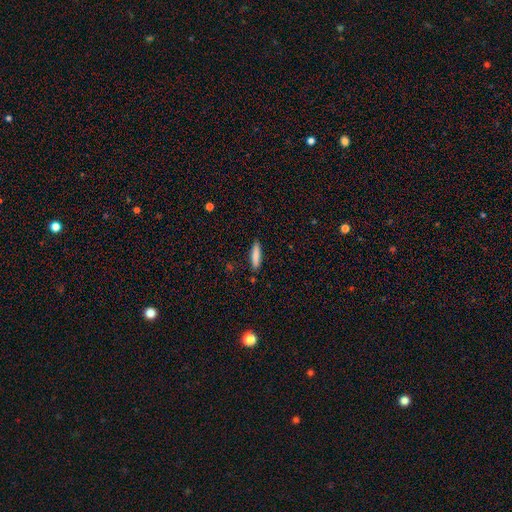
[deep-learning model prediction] Overall: smooth (83%). How rounded: cigar-shaped (79%). Merging: none (87%).